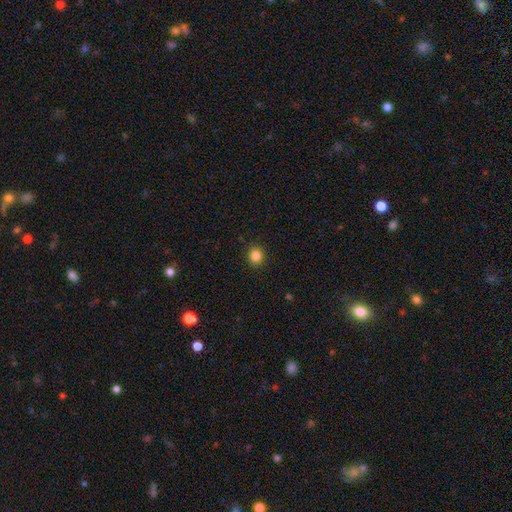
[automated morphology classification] Overall: smooth (84%). How rounded: round (79%). Merging: none (90%).